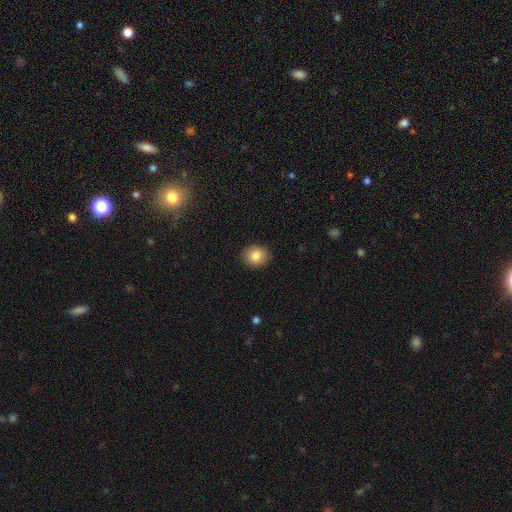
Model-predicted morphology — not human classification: smooth_or_featured: smooth (p=0.84) [alt: star or artifact p=0.09]
how_rounded: round (p=0.72) [alt: in between p=0.27]
merging: none (p=0.91) [alt: minor disturbance p=0.06]